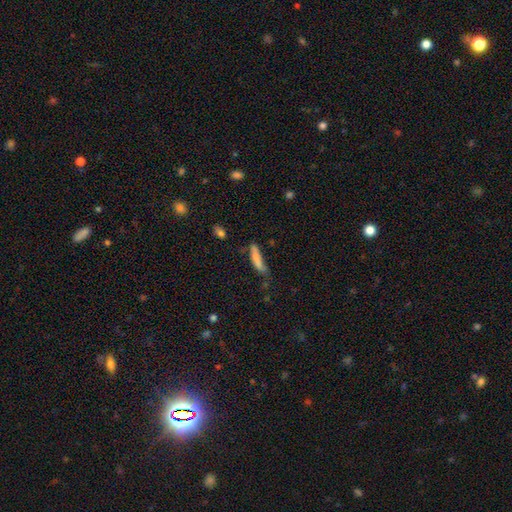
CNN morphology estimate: This is likely a smooth galaxy (71%). How rounded: likely cigar-shaped (80%). Merging: possibly none (48%).